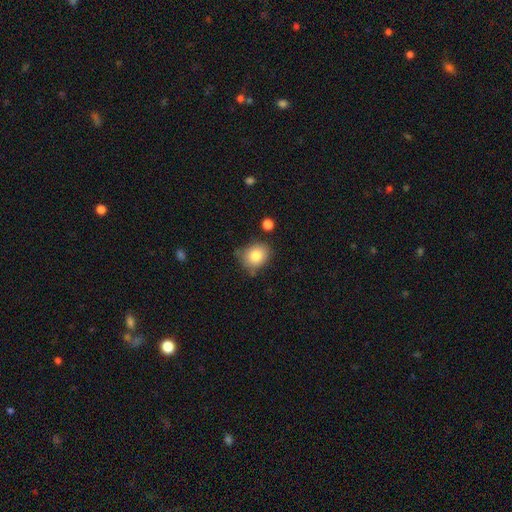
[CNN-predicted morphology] type=smooth (82%); roundness=round (64%); merging=none (70%).